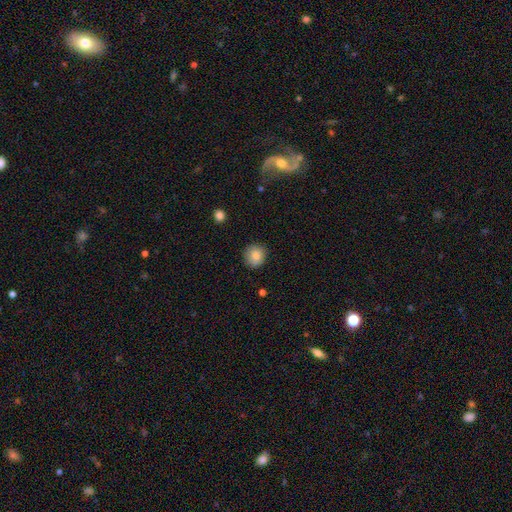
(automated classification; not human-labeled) smooth-or-featured: smooth: 85% | star or artifact: 9% | featured or disk: 7%
  how-rounded: round: 88% | in between: 11% | cigar-shaped: 1%
  merging: none: 87% | minor disturbance: 9% | major disturbance: 2% | merger: 1%